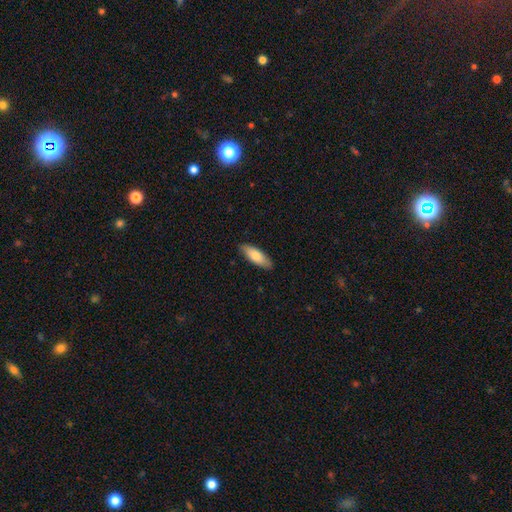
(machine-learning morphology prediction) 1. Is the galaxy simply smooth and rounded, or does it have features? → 78% smooth, 17% featured or disk, 5% star or artifact.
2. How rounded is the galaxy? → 66% in between, 32% cigar-shaped, 2% round.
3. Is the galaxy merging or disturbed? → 85% none, 12% minor disturbance, 2% major disturbance, 1% merger.